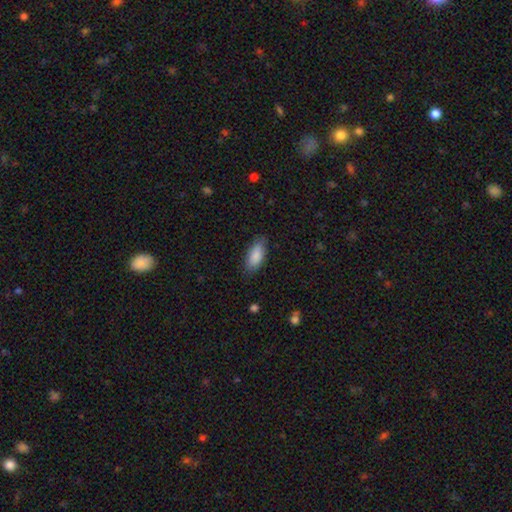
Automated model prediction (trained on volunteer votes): Smooth or featured: smooth — 87% (featured or disk — 7%)
How rounded: in between — 86% (cigar-shaped — 12%)
Merging: none — 82% (minor disturbance — 14%)